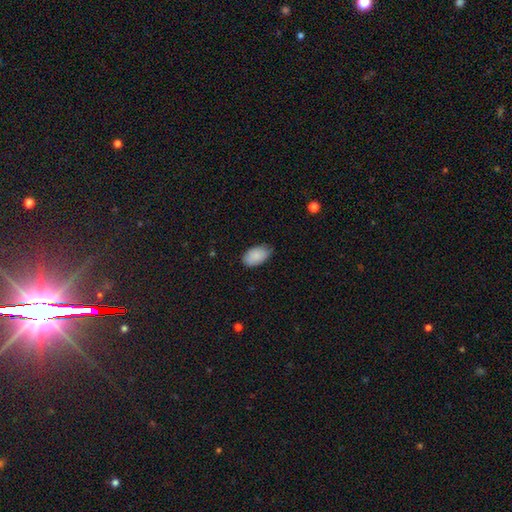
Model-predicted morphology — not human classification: Smooth or featured? Predicted: smooth (p=0.88). How rounded? Predicted: in between (p=0.94). Merging? Predicted: none (p=0.75).